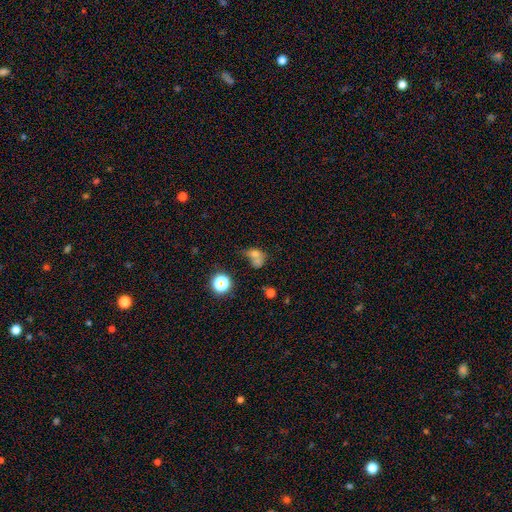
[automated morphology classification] Smooth or featured? Predicted: smooth (p=0.61). How rounded? Predicted: in between (p=0.56). Merging? Predicted: merger (p=0.45).